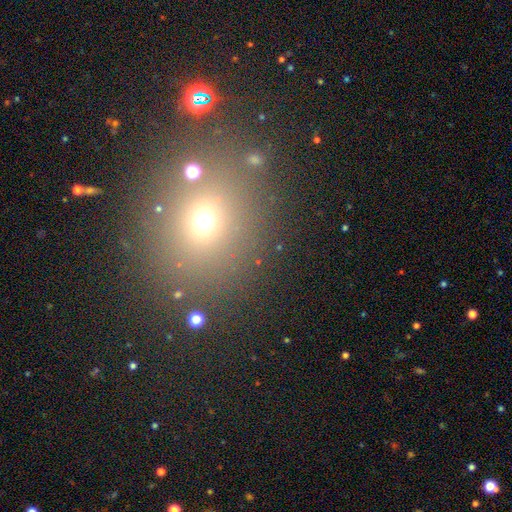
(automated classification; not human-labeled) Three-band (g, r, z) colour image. It shows a smooth galaxy with no disk features (56%) that is round (70%). Merging: none (81%).